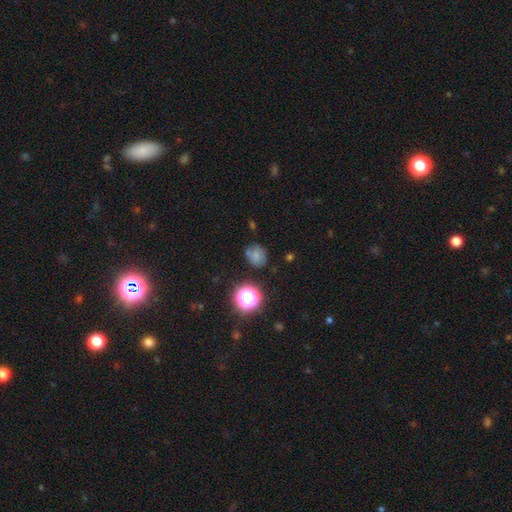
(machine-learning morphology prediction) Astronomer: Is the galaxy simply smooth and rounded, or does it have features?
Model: smooth — 68%.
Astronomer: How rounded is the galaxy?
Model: round — 66%.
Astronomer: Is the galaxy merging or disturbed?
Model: none — 65%.